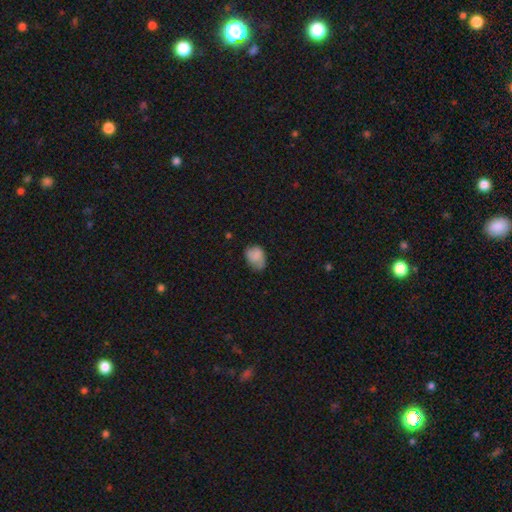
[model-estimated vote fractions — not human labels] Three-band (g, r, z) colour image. It shows a smooth galaxy with no disk features (76%) that is in between round and cigar-shaped (69%). Merging: none (51%).